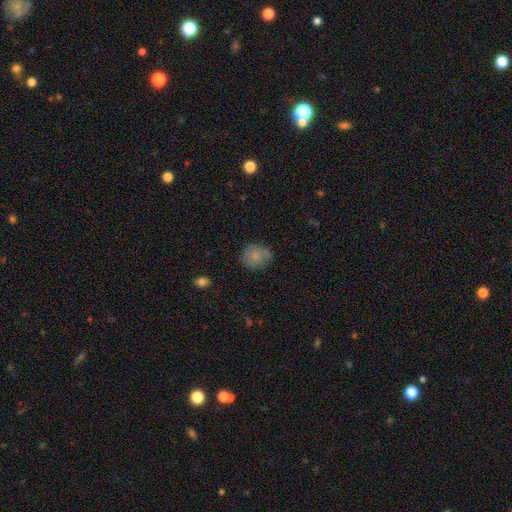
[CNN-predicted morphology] smooth-or-featured: smooth: 77% | featured or disk: 14% | star or artifact: 9%
  how-rounded: round: 84% | in between: 15% | cigar-shaped: 1%
  merging: none: 72% | minor disturbance: 20% | major disturbance: 5% | merger: 3%